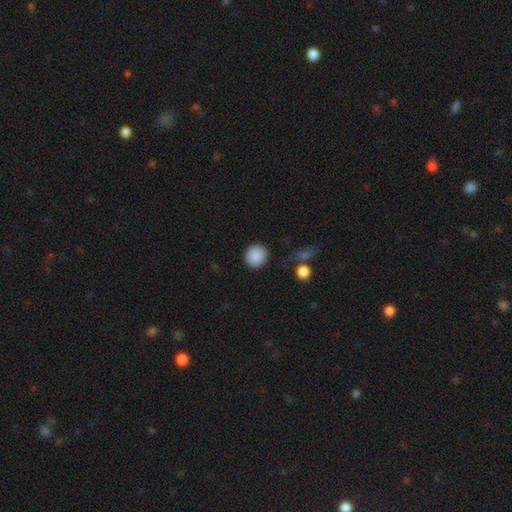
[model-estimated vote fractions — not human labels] Smooth or featured? smooth (89%)
How rounded? round (90%)
Merging? none (88%)